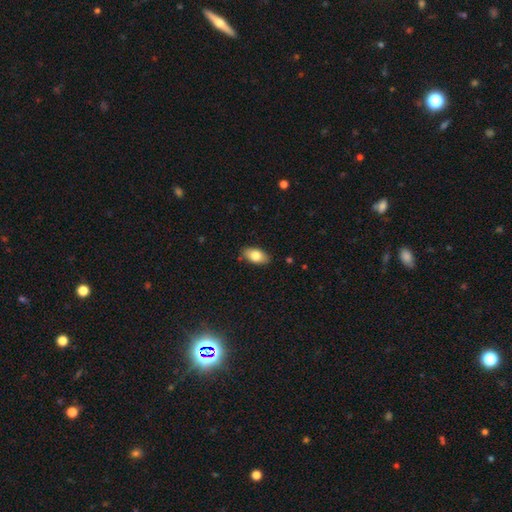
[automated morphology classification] The model was most divided on "smooth or featured": smooth: 79%, featured or disk: 14%, star or artifact: 7%. More confident: how rounded — in between (92%); merging — none (86%).